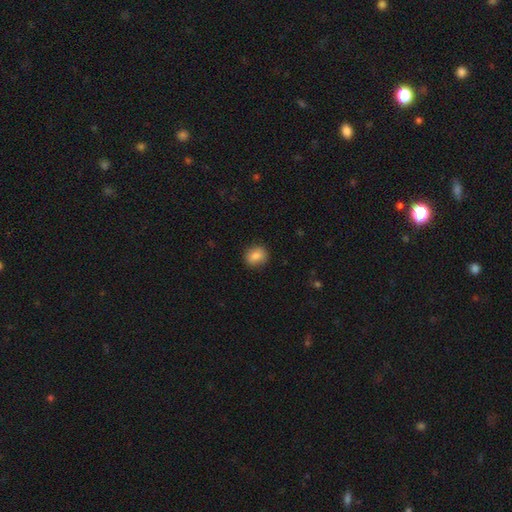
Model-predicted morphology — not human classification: A smooth galaxy with no disk features (84%) that is round (69%).

Vote fractions:
- Smooth or featured? smooth: 84% / star or artifact: 9% / featured or disk: 7%
- How rounded? round: 69% / in between: 30% / cigar-shaped: 1%
- Merging? none: 89% / minor disturbance: 8% / major disturbance: 2% / merger: 1%